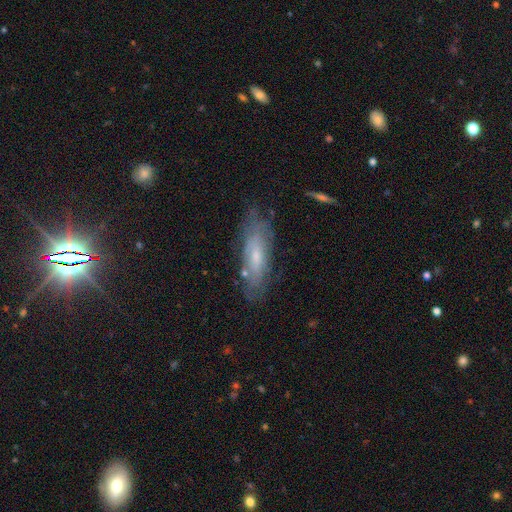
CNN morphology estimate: Smooth or featured? featured or disk (52%)
Edge-on disk? no (66%)
Merging? none (72%)